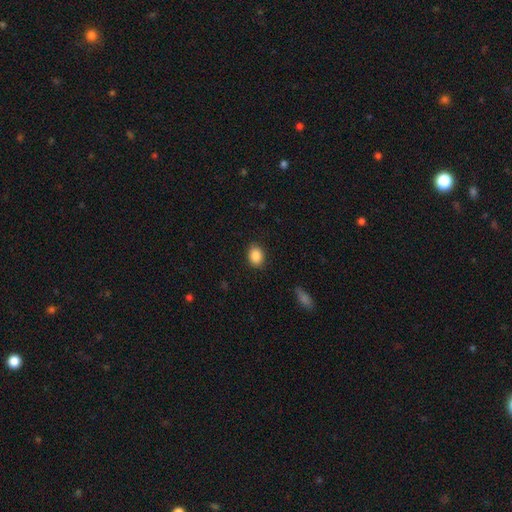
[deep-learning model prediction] Smooth or featured? Predicted: smooth (p=0.88). How rounded? Predicted: in between (p=0.63). Merging? Predicted: none (p=0.87).